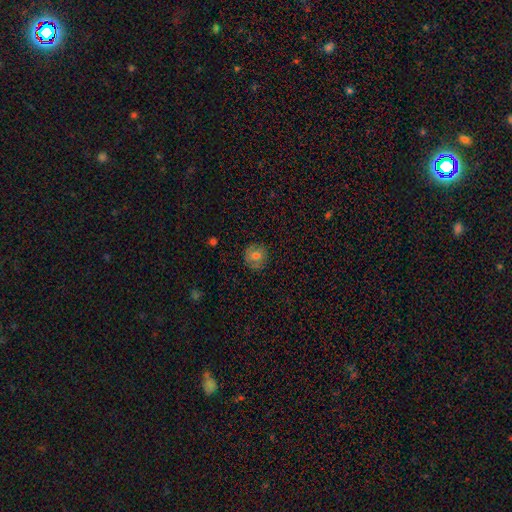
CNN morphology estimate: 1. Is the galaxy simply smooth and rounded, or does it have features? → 70% smooth, 20% featured or disk, 10% star or artifact.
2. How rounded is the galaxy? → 88% round, 11% in between, 1% cigar-shaped.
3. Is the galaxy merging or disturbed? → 84% none, 12% minor disturbance, 3% major disturbance, 1% merger.